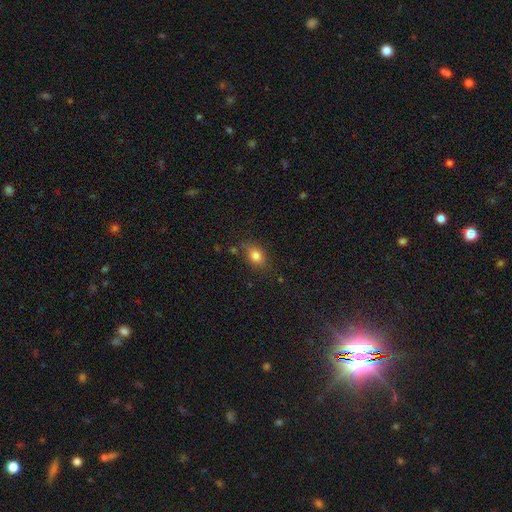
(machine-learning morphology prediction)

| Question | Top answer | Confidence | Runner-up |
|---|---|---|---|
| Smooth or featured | smooth | 80% | star or artifact (11%) |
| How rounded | in between | 68% | round (29%) |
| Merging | none | 74% | minor disturbance (18%) |